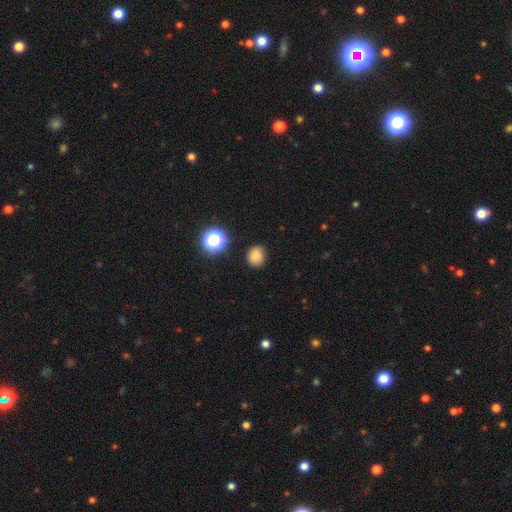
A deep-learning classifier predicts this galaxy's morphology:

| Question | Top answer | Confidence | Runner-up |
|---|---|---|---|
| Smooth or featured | smooth | 81% | star or artifact (14%) |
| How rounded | round | 73% | in between (26%) |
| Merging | none | 86% | minor disturbance (10%) |